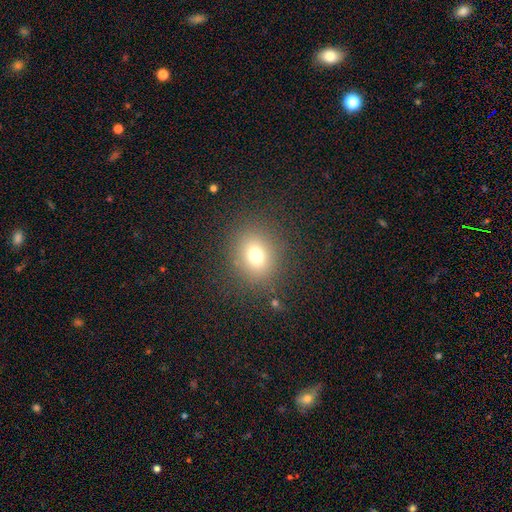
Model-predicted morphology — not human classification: A smooth galaxy with no disk features (73%) that is round (70%).

Vote fractions:
- Smooth or featured? smooth: 73% / star or artifact: 17% / featured or disk: 10%
- How rounded? round: 70% / in between: 29% / cigar-shaped: 1%
- Merging? none: 85% / minor disturbance: 8% / major disturbance: 5% / merger: 1%